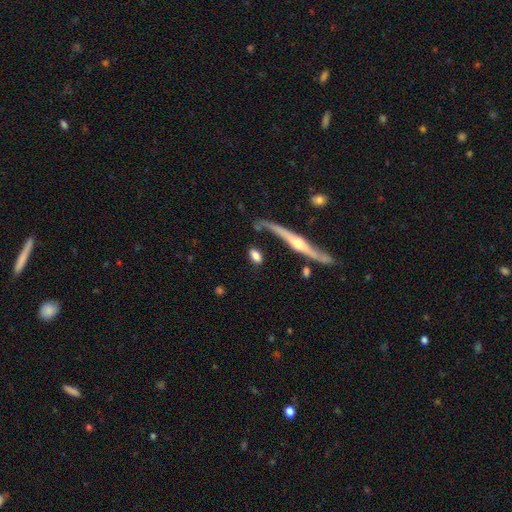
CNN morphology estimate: Overall: smooth (72%). How rounded: in between (78%). Merging: none (70%).